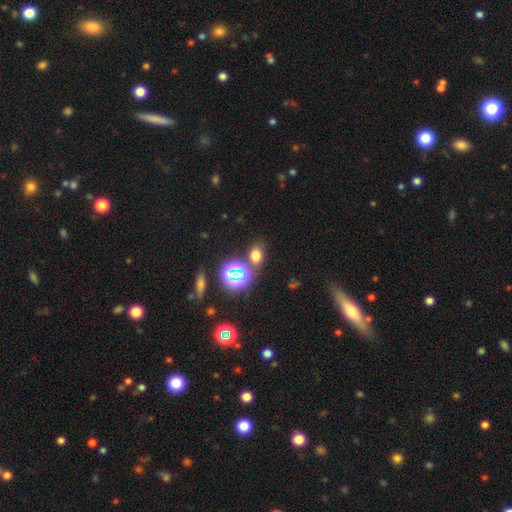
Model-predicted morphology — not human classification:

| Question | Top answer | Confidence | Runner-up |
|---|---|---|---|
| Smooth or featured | smooth | 66% | star or artifact (27%) |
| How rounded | in between | 61% | round (38%) |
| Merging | none | 75% | merger (11%) |